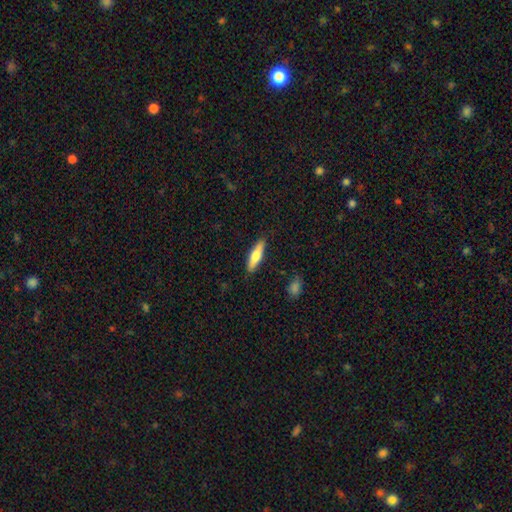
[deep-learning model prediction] A smooth galaxy with no disk features (65%) that is cigar-shaped (68%).

Vote fractions:
- Smooth or featured? smooth: 65% / featured or disk: 29% / star or artifact: 6%
- How rounded? cigar-shaped: 68% / in between: 31% / round: 2%
- Merging? none: 88% / minor disturbance: 9% / major disturbance: 2% / merger: 1%